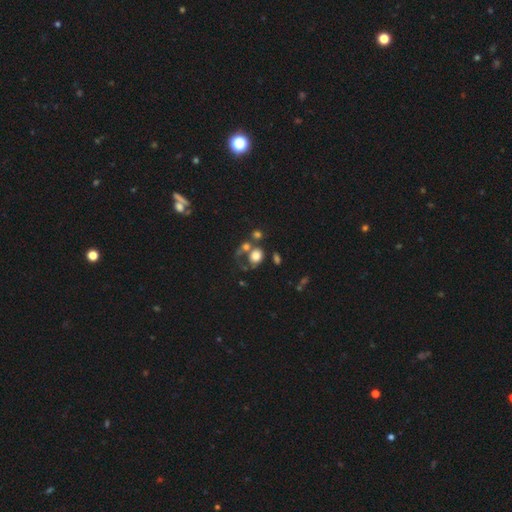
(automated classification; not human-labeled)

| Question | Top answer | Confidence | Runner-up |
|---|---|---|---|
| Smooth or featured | smooth | 71% | featured or disk (18%) |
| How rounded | round | 57% | in between (42%) |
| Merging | none | 36% | merger (33%) |